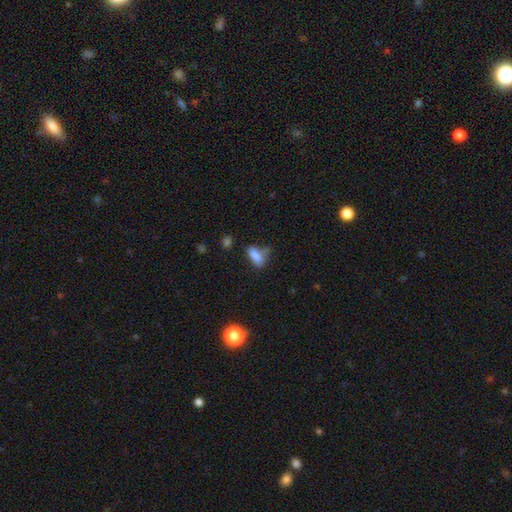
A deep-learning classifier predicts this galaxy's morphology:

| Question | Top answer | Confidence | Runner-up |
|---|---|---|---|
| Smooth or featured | smooth | 80% | star or artifact (11%) |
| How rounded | in between | 79% | cigar-shaped (17%) |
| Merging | none | 45% | minor disturbance (30%) |